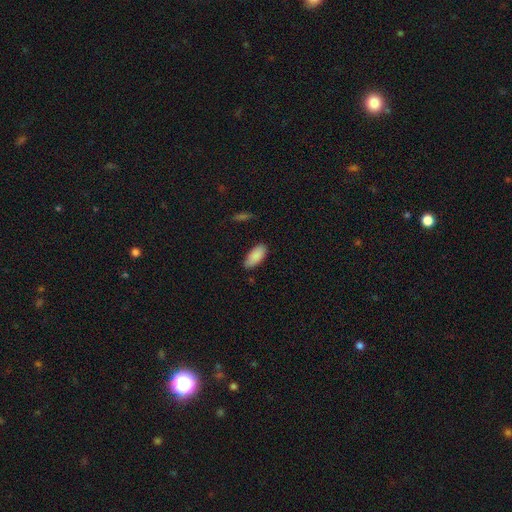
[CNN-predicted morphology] Overall: smooth (89%). How rounded: in between (89%). Merging: none (81%).